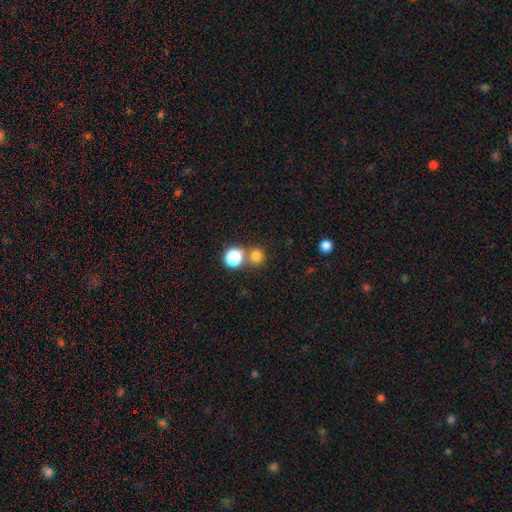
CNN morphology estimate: smooth-or-featured: smooth: 78% | star or artifact: 16% | featured or disk: 6%
  how-rounded: round: 89% | in between: 10% | cigar-shaped: 1%
  merging: none: 59% | merger: 31% | minor disturbance: 6% | major disturbance: 3%